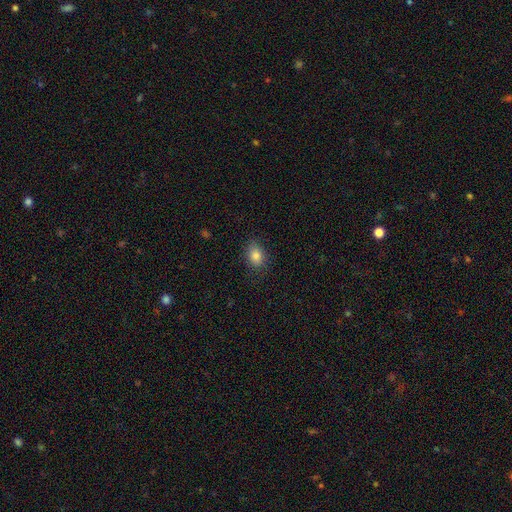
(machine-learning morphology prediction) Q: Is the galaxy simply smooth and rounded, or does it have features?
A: smooth — 84%.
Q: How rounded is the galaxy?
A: in between — 73%.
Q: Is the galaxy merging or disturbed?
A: none — 82%.